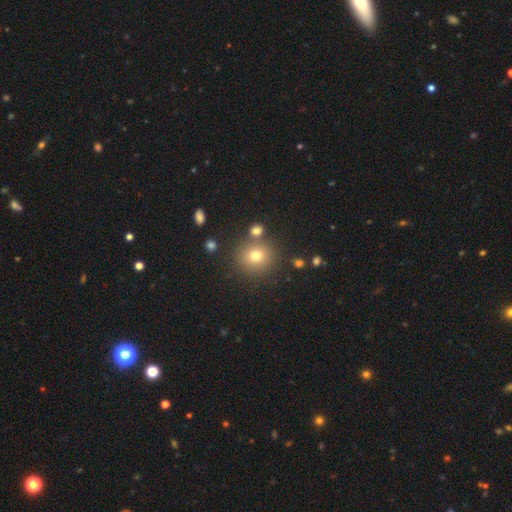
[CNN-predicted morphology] Smooth or featured? smooth (74%)
How rounded? round (90%)
Merging? none (78%)